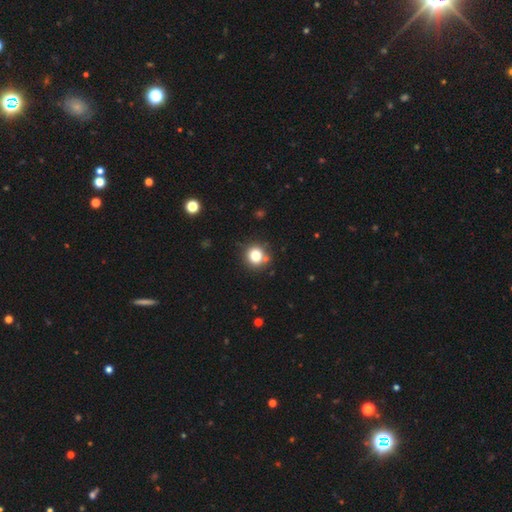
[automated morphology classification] This appears to be a smooth galaxy with no disk features (81%) that is round (89%). Merging: none (80%).